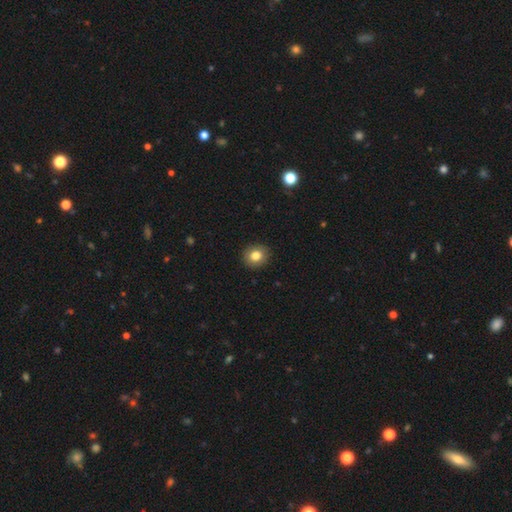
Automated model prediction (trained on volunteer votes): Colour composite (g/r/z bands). It shows a smooth galaxy with no disk features (82%) that is round (78%). Merging: none (91%).